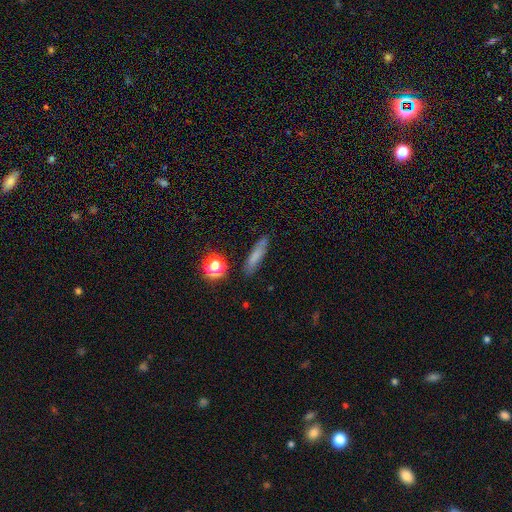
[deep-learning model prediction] smooth 72%, featured or disk 16%, star or artifact 13%. Down the decision tree: how rounded — cigar-shaped (74%); merging — none (81%).